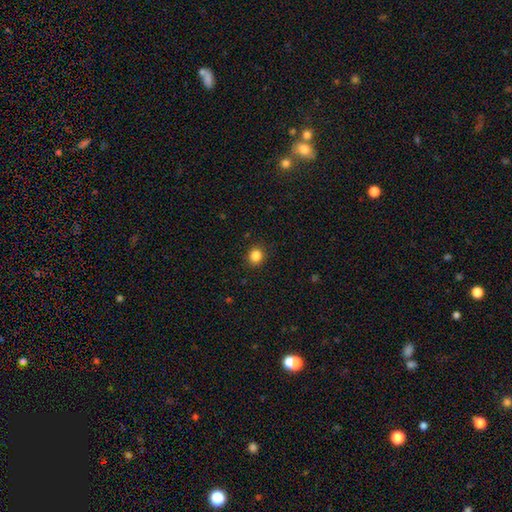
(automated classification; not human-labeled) Smooth or featured? Predicted: smooth (p=0.85). How rounded? Predicted: round (p=0.84). Merging? Predicted: none (p=0.91).